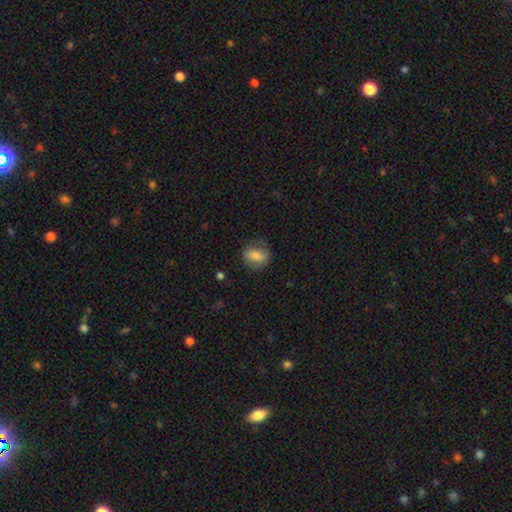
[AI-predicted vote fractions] smooth-or-featured: smooth: 67% | featured or disk: 25% | star or artifact: 8%
  how-rounded: in between: 66% | round: 31% | cigar-shaped: 3%
  merging: none: 72% | minor disturbance: 19% | major disturbance: 8% | merger: 1%